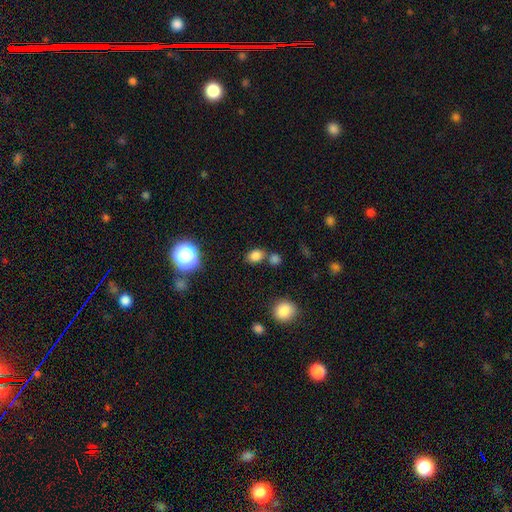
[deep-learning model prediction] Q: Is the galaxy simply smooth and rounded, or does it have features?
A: smooth — 80%.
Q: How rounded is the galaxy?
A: in between — 61%.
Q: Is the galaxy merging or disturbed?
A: none — 61%.